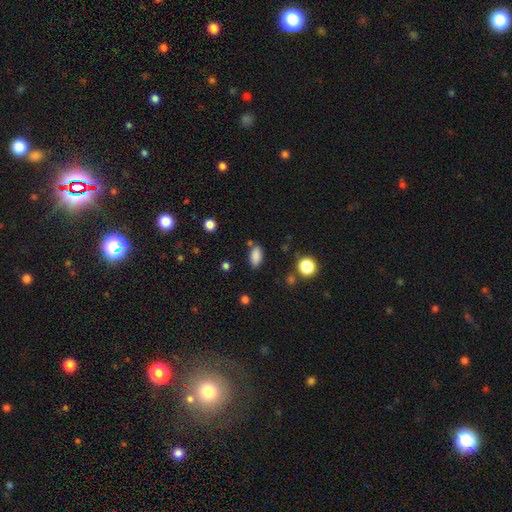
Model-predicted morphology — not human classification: Q: Smooth or featured?
A: smooth (86%); runner-up: star or artifact (10%)
Q: How rounded?
A: in between (90%); runner-up: cigar-shaped (6%)
Q: Merging?
A: none (78%); runner-up: minor disturbance (13%)